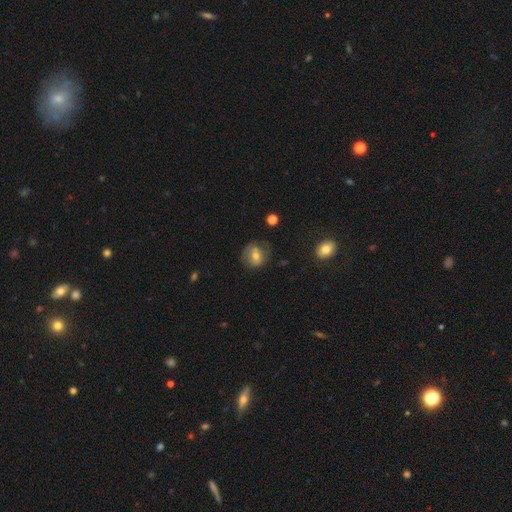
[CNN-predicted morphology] Smooth or featured?
  - smooth: 62% *
  - featured or disk: 28%
  - star or artifact: 10%
How rounded?
  - round: 74% *
  - in between: 25%
  - cigar-shaped: 1%
Merging?
  - none: 70% *
  - minor disturbance: 20%
  - major disturbance: 9%
  - merger: 2%